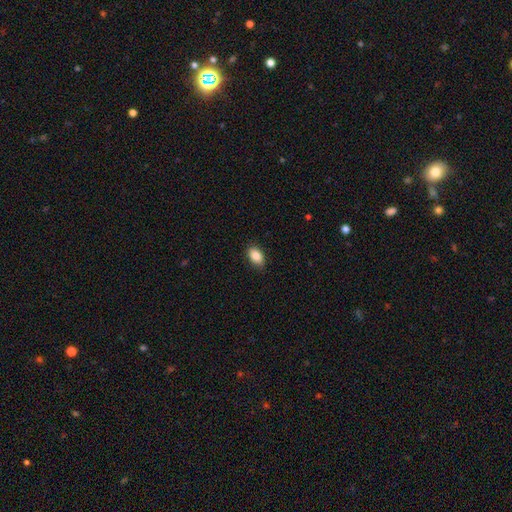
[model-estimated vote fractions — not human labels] Smooth or featured?
  - smooth: 87% *
  - star or artifact: 8%
  - featured or disk: 5%
How rounded?
  - in between: 89% *
  - round: 10%
  - cigar-shaped: 2%
Merging?
  - none: 85% *
  - minor disturbance: 11%
  - major disturbance: 2%
  - merger: 1%